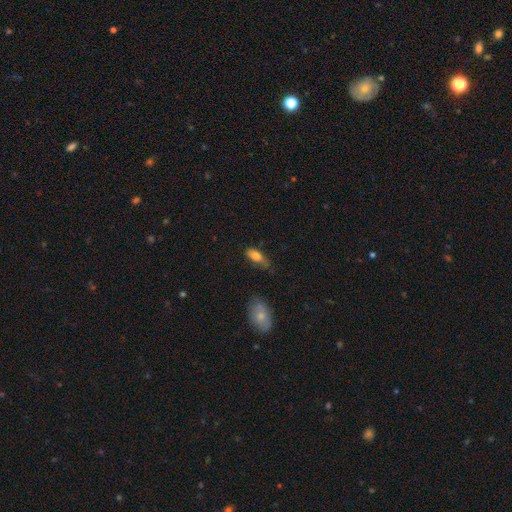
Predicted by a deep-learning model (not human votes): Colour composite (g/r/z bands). It shows a smooth galaxy with no disk features (78%) that is in between round and cigar-shaped (80%). Merging: none (47%).